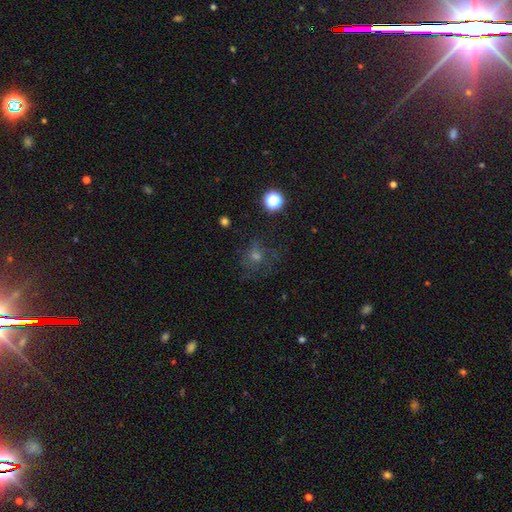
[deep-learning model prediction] This is marginally a smooth galaxy (43%). Merging: likely none (66%).